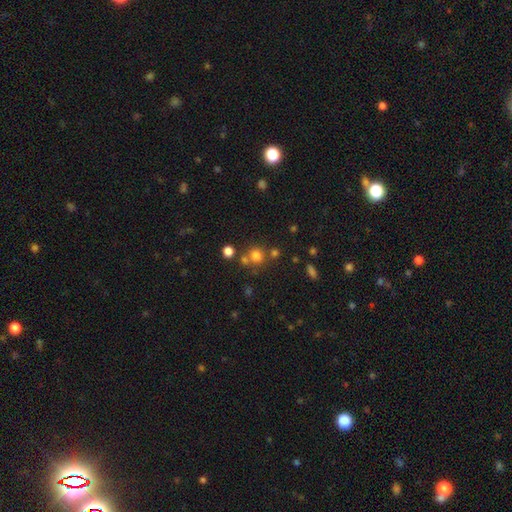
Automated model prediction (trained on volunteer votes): This appears to be a smooth galaxy with no disk features (75%) that is round (88%). Merging: none (66%).